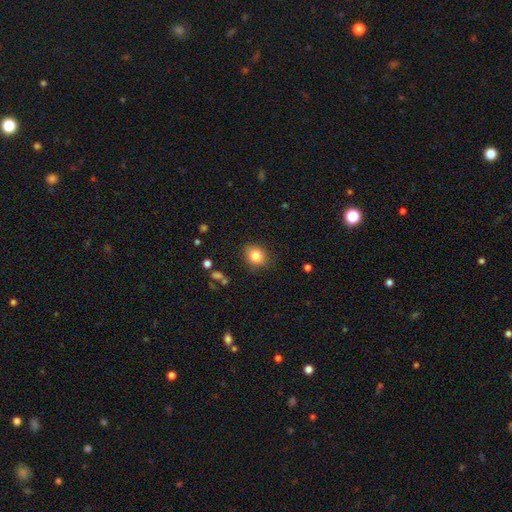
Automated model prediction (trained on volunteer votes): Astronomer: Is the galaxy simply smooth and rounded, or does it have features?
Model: smooth — 82%.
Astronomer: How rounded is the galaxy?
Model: round — 52% (runner-up: in between, 47%).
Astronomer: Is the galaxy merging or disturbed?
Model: none — 82%.